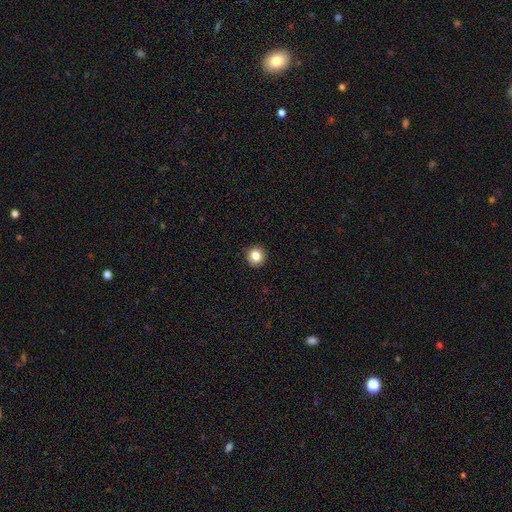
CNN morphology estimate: A smooth galaxy with no disk features (83%) that is round (93%).

Vote fractions:
- Smooth or featured? smooth: 83% / star or artifact: 11% / featured or disk: 6%
- How rounded? round: 93% / in between: 6% / cigar-shaped: 1%
- Merging? none: 92% / minor disturbance: 6% / major disturbance: 2% / merger: 1%